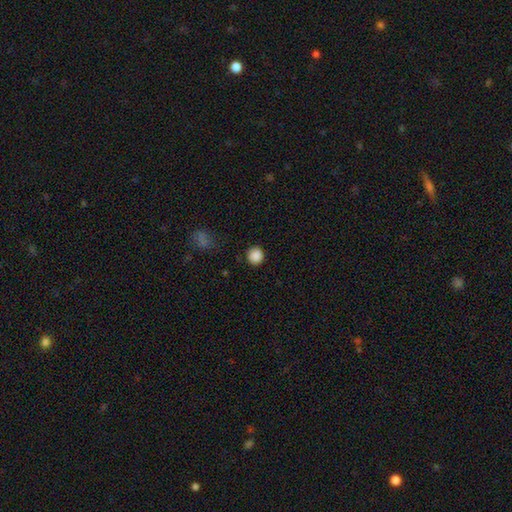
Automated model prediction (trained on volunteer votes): smooth 87%, star or artifact 10%, featured or disk 3%. Down the decision tree: how rounded — round (93%); merging — none (89%).